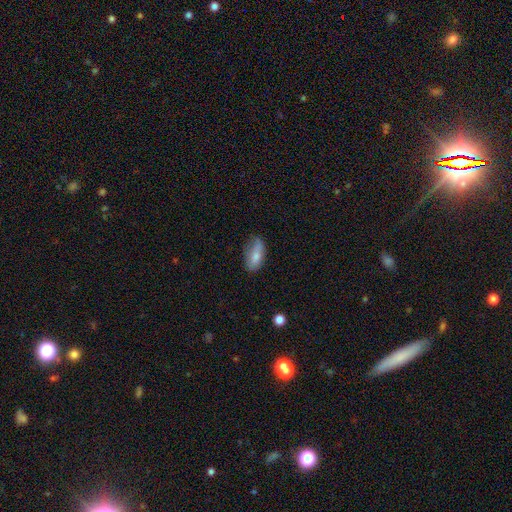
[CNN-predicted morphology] Smooth or featured? smooth (78%)
How rounded? in between (86%)
Merging? none (57%)